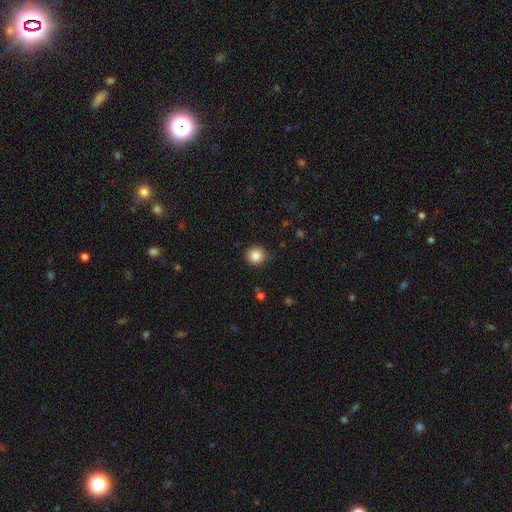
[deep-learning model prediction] Smooth or featured?
  - smooth: 87% *
  - star or artifact: 10%
  - featured or disk: 4%
How rounded?
  - round: 92% *
  - in between: 7%
  - cigar-shaped: 1%
Merging?
  - none: 83% *
  - minor disturbance: 12%
  - major disturbance: 3%
  - merger: 1%